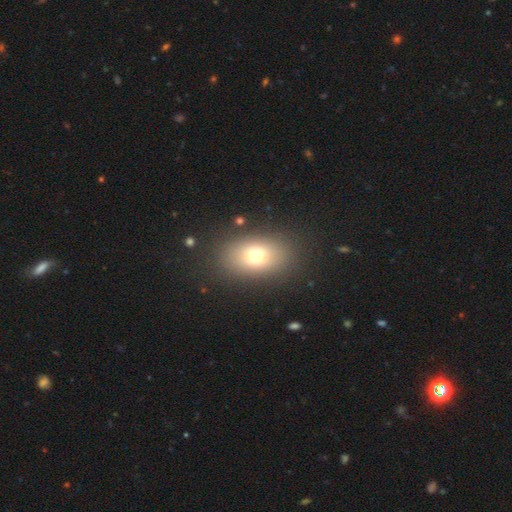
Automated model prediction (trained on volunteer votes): smooth_or_featured: smooth (p=0.72) [alt: featured or disk p=0.16]
how_rounded: in between (p=0.81) [alt: round p=0.17]
merging: none (p=0.85) [alt: minor disturbance p=0.09]